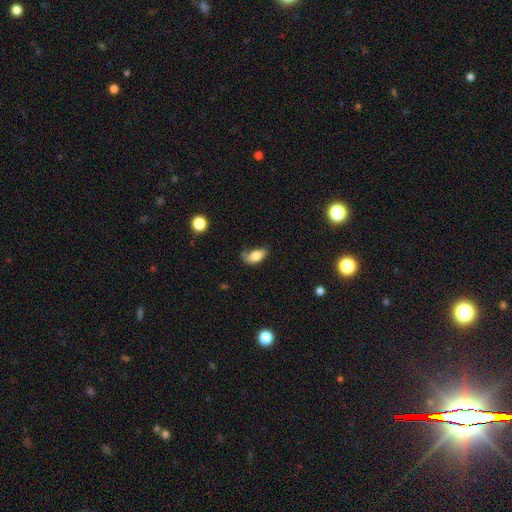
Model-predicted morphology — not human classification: type=smooth (79%); roundness=in between (89%); merging=none (44%).